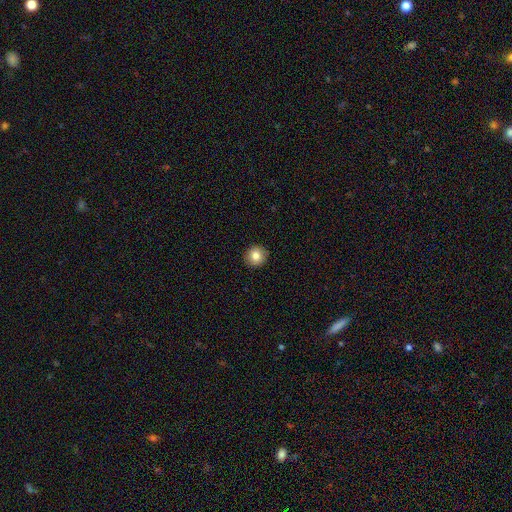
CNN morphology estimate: Smooth or featured? Predicted: smooth (p=0.82). How rounded? Predicted: round (p=0.93). Merging? Predicted: none (p=0.92).